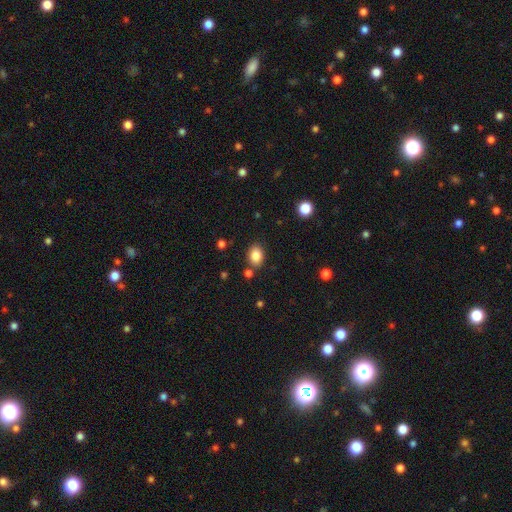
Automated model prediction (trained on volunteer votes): This appears to be a smooth galaxy with no disk features (85%) that is in between round and cigar-shaped (72%). Merging: none (81%).